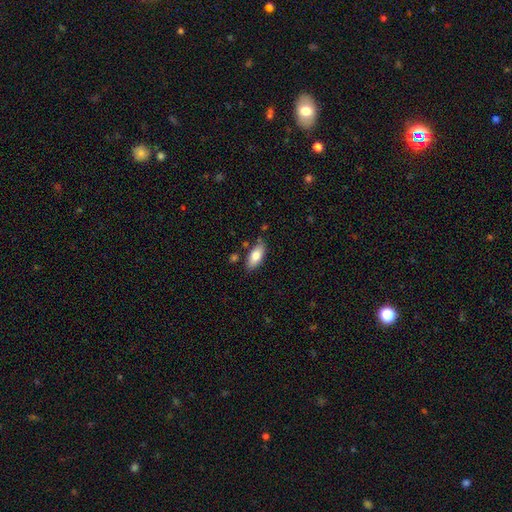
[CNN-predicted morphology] smooth-or-featured: smooth: 79% | featured or disk: 15% | star or artifact: 6%
  how-rounded: in between: 85% | cigar-shaped: 13% | round: 2%
  merging: none: 79% | minor disturbance: 14% | merger: 4% | major disturbance: 3%